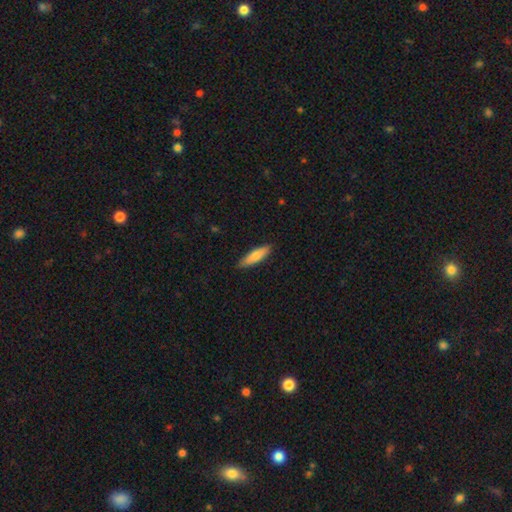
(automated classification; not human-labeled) Smooth or featured? Predicted: smooth (p=0.74). How rounded? Predicted: cigar-shaped (p=0.65). Merging? Predicted: none (p=0.87).